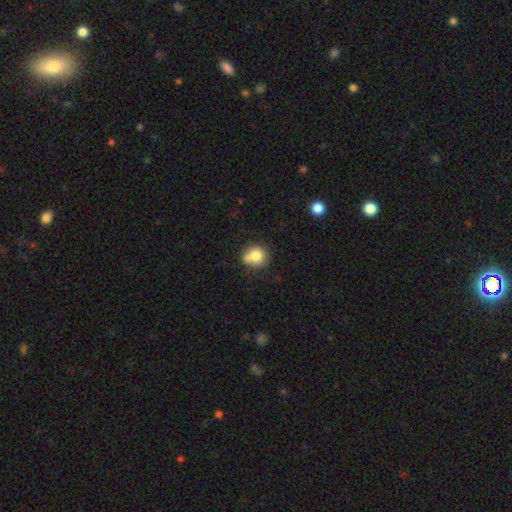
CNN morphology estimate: Smooth or featured: smooth — 77% (featured or disk — 12%)
How rounded: round — 85% (in between — 14%)
Merging: none — 55% (merger — 27%)